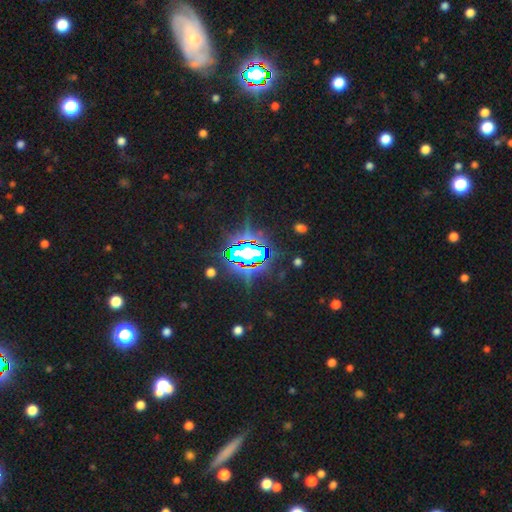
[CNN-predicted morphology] Smooth or featured: star or artifact — 81% (featured or disk — 10%)